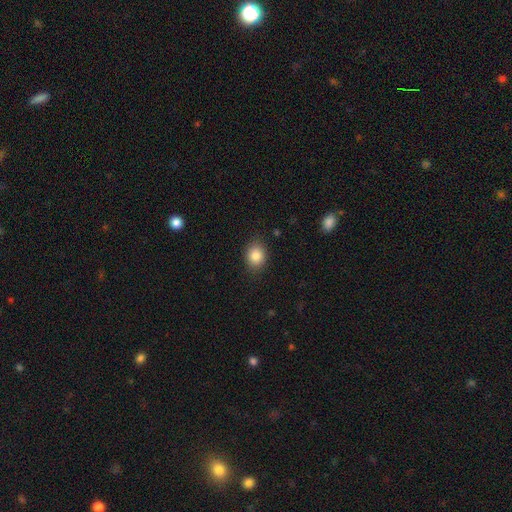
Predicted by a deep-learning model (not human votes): Overall: smooth (85%). How rounded: round (50%; in between 49%). Merging: none (84%).